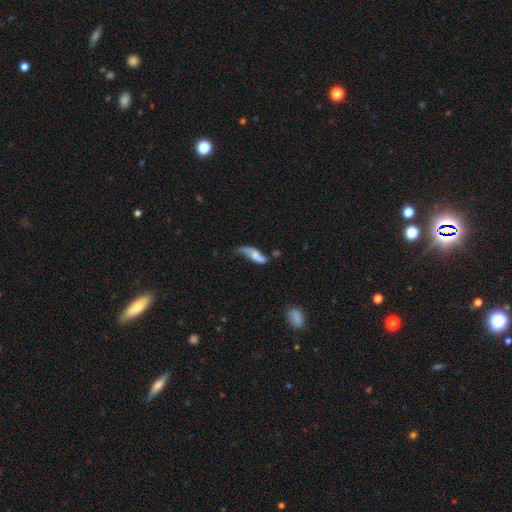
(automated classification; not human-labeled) smooth-or-featured: featured or disk: 55% | smooth: 38% | star or artifact: 8%
  disk-edge-on: no: 82% | yes: 18%
  merging: none: 38% | minor disturbance: 31% | major disturbance: 22% | merger: 9%